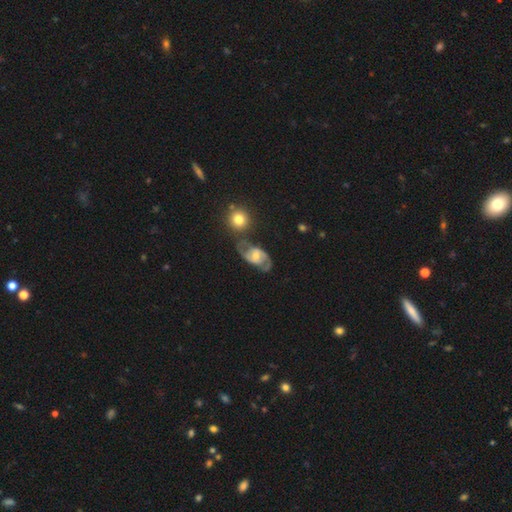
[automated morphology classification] Q: Smooth or featured?
A: featured or disk (81%); runner-up: smooth (13%)
Q: Edge-on disk?
A: no (96%); runner-up: yes (4%)
Q: Bar?
A: no (46%); runner-up: weak (43%)
Q: Spiral arms?
A: yes (93%); runner-up: no (7%)
Q: Spiral winding?
A: medium (53%); runner-up: tight (24%)
Q: Spiral arm count?
A: 2 (89%); runner-up: can't tell (5%)
Q: Bulge size?
A: moderate (50%); runner-up: small (39%)
Q: Merging?
A: none (60%); runner-up: minor disturbance (18%)